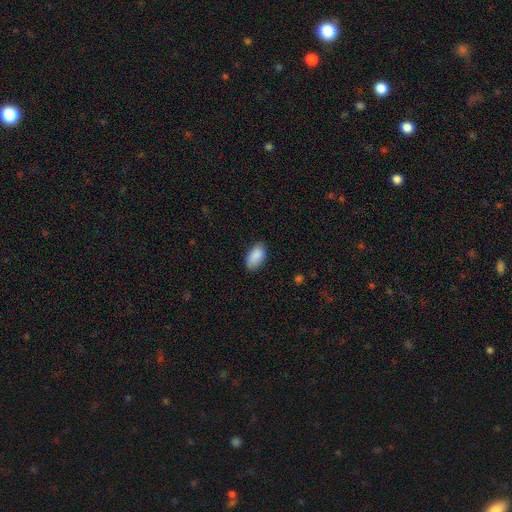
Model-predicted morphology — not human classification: This is clearly a smooth galaxy (89%). How rounded: clearly in between (94%). Merging: clearly none (81%).